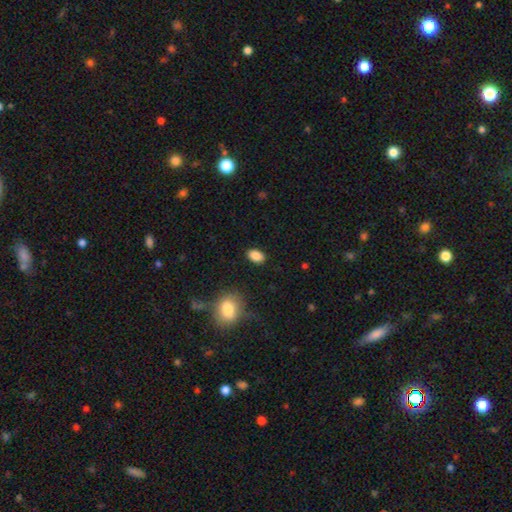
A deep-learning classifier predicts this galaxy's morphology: Smooth or featured: smooth — 87% (star or artifact — 9%)
How rounded: in between — 87% (round — 11%)
Merging: none — 88% (minor disturbance — 9%)